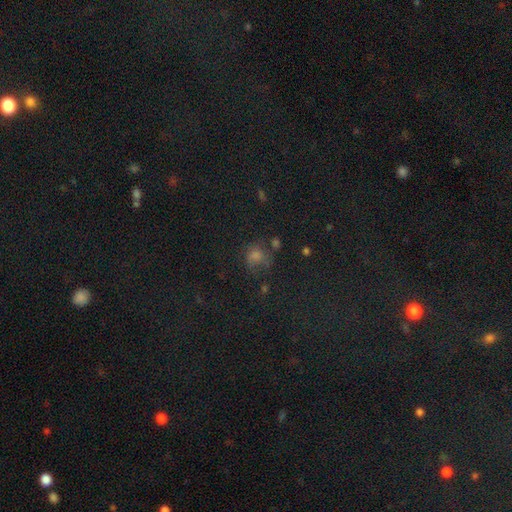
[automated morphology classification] The model was most divided on "smooth or featured": smooth: 52%, star or artifact: 34%, featured or disk: 14%. More confident: how rounded — round (71%); merging — none (55%).